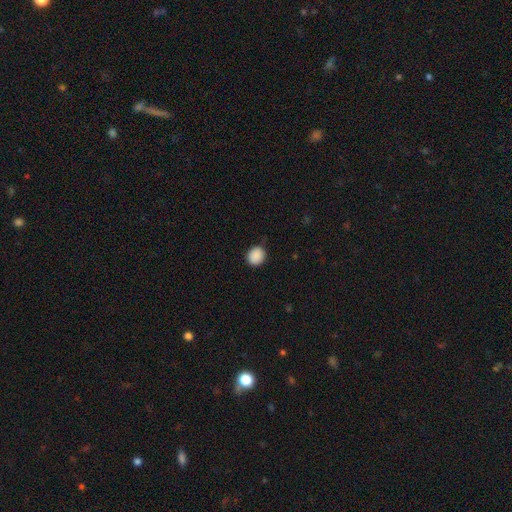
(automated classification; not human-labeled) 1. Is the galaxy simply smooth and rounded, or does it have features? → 89% smooth, 8% star or artifact, 3% featured or disk.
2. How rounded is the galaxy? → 76% round, 23% in between, 1% cigar-shaped.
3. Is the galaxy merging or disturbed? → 85% none, 12% minor disturbance, 3% major disturbance, 1% merger.